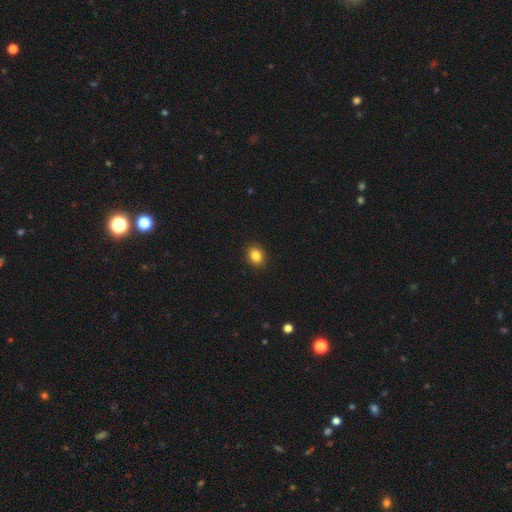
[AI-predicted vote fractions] Smooth or featured?
  - smooth: 85% *
  - star or artifact: 10%
  - featured or disk: 5%
How rounded?
  - round: 54% *
  - in between: 45%
  - cigar-shaped: 1%
Merging?
  - none: 91% *
  - minor disturbance: 6%
  - major disturbance: 2%
  - merger: 1%